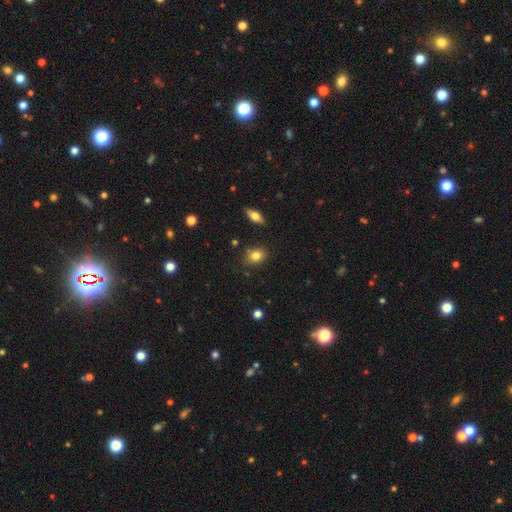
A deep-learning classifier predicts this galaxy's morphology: Overall: smooth (81%). How rounded: in between (65%; round 33%). Merging: none (82%).